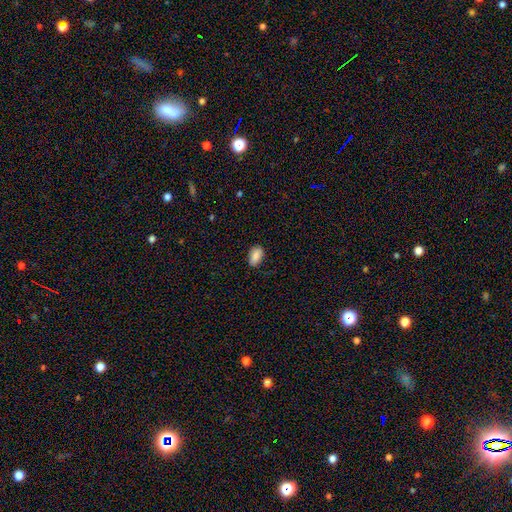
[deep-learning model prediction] Smooth or featured? Predicted: smooth (p=0.87). How rounded? Predicted: in between (p=0.90). Merging? Predicted: none (p=0.80).